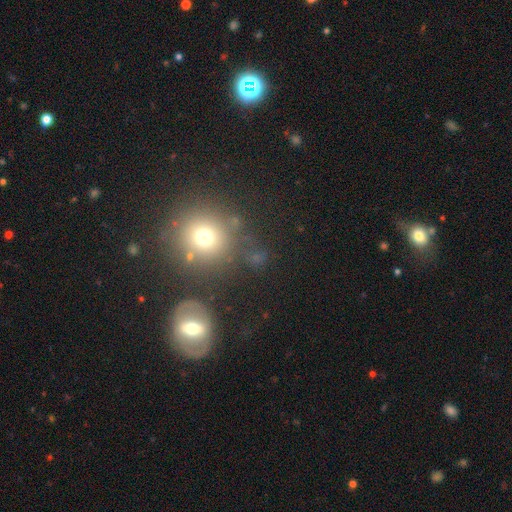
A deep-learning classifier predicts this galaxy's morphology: Smooth or featured?
  - smooth: 55% *
  - star or artifact: 29%
  - featured or disk: 16%
How rounded?
  - round: 83% *
  - in between: 15%
  - cigar-shaped: 2%
Merging?
  - none: 71% *
  - minor disturbance: 11%
  - merger: 11%
  - major disturbance: 7%